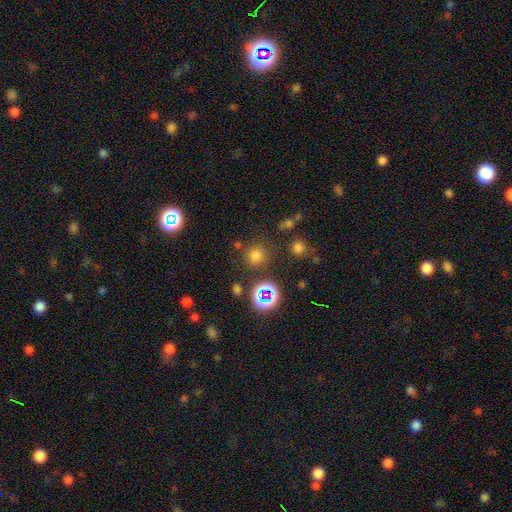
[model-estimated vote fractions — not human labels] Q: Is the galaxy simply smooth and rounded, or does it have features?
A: smooth — 69%.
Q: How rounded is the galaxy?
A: round — 91%.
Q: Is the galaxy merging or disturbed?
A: none — 79%.